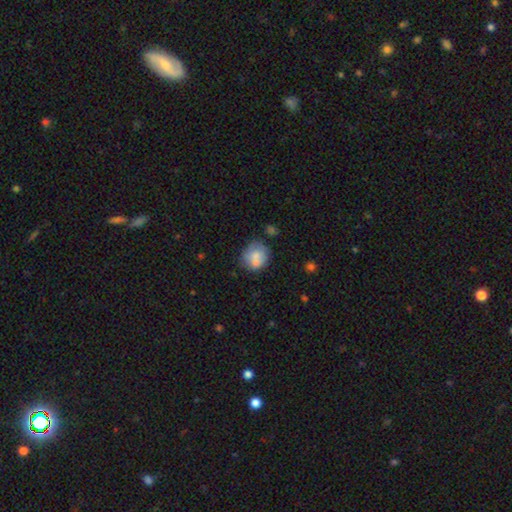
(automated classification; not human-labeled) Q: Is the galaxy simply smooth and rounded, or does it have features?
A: smooth — 73%.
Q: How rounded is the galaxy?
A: round — 76%.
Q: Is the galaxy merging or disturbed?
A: none — 51%.